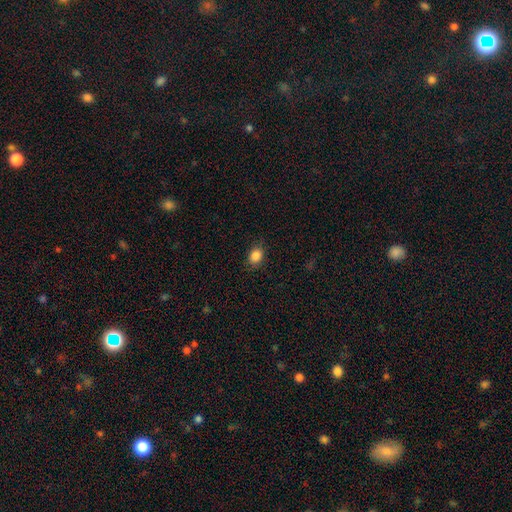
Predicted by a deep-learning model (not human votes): Morphology: type=smooth (86%); roundness=in between (55%); merging=none (82%).